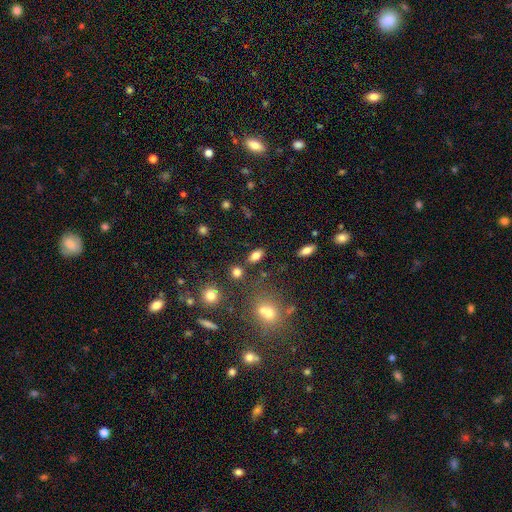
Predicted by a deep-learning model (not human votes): smooth-or-featured: smooth: 76% | featured or disk: 13% | star or artifact: 11%
  how-rounded: in between: 85% | round: 9% | cigar-shaped: 6%
  merging: none: 78% | minor disturbance: 12% | merger: 7% | major disturbance: 4%